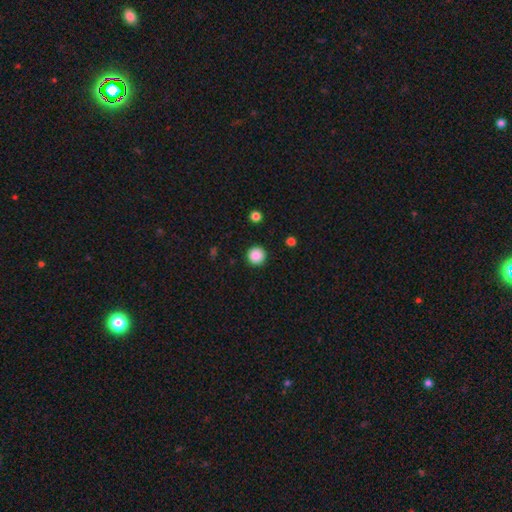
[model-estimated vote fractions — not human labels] A smooth galaxy with no disk features (88%) that is round (96%). Merging: none (93%).